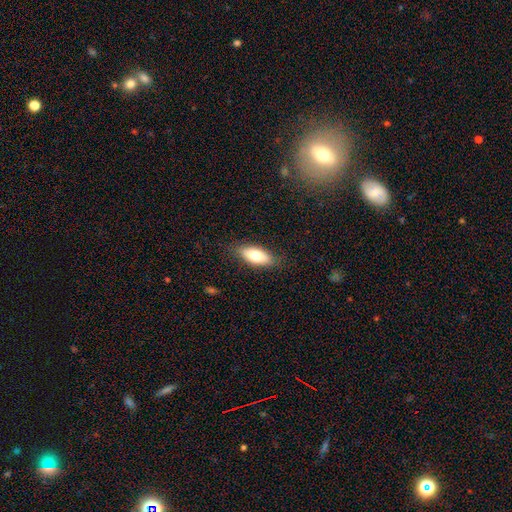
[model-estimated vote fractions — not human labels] Smooth or featured? Predicted: smooth (p=0.73). How rounded? Predicted: in between (p=0.83). Merging? Predicted: none (p=0.85).